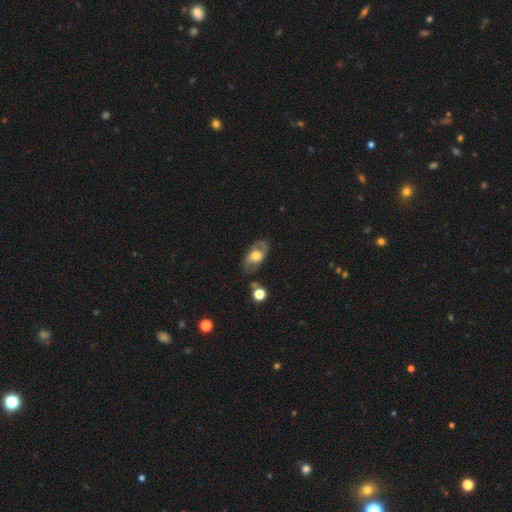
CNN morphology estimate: Overall: featured or disk (51%; smooth 41%). Edge-on disk: no (89%). Merging: none (67%).